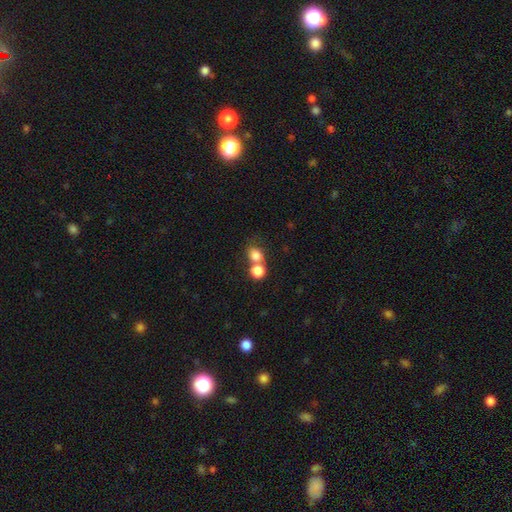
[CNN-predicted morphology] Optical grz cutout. It shows a smooth galaxy with no disk features (78%) that is round (65%). Merging: merger (49%).